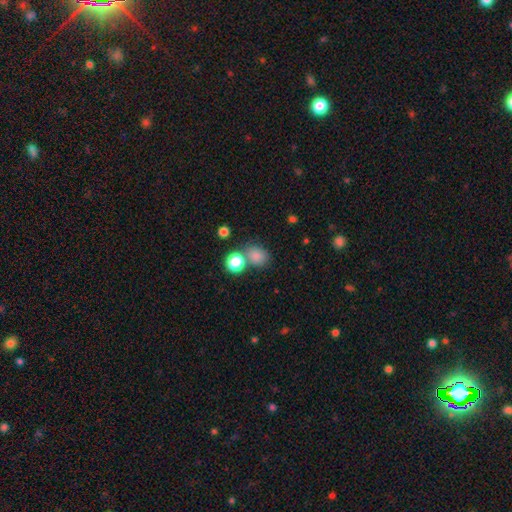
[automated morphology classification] Smooth or featured?
  - smooth: 81% *
  - star or artifact: 13%
  - featured or disk: 6%
How rounded?
  - round: 60% *
  - in between: 39%
  - cigar-shaped: 1%
Merging?
  - none: 60% *
  - merger: 24%
  - minor disturbance: 11%
  - major disturbance: 4%